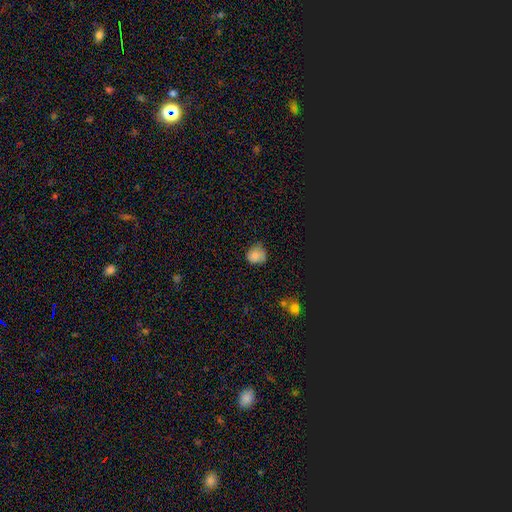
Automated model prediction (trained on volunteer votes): This is clearly a smooth galaxy (80%). How rounded: likely round (77%). Merging: possibly none (58%).